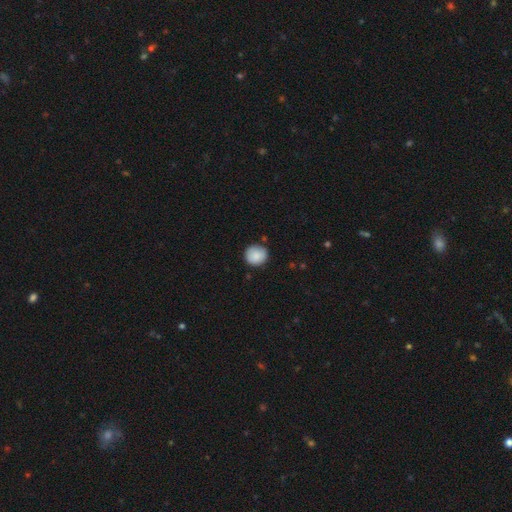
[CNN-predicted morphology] This appears to be a smooth galaxy with no disk features (87%) that is round (90%). Merging: none (82%).